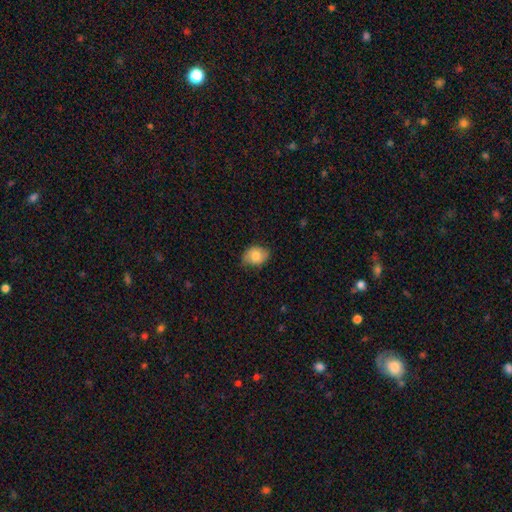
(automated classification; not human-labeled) Overall: smooth (76%). How rounded: in between (62%; round 37%). Merging: none (71%).